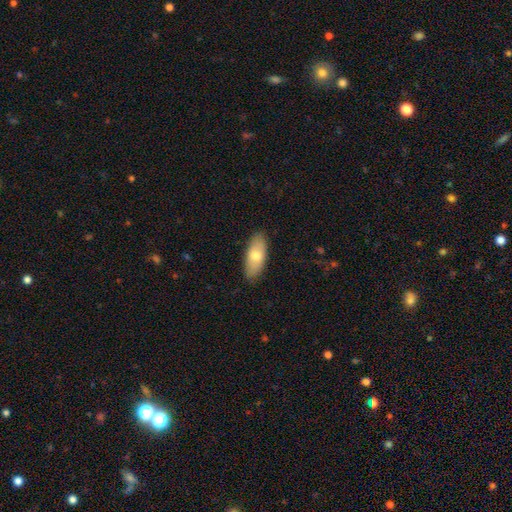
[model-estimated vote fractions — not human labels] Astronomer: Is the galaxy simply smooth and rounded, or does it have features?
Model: smooth — 73%.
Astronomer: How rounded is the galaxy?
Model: in between — 83%.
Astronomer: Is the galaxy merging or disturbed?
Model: none — 86%.